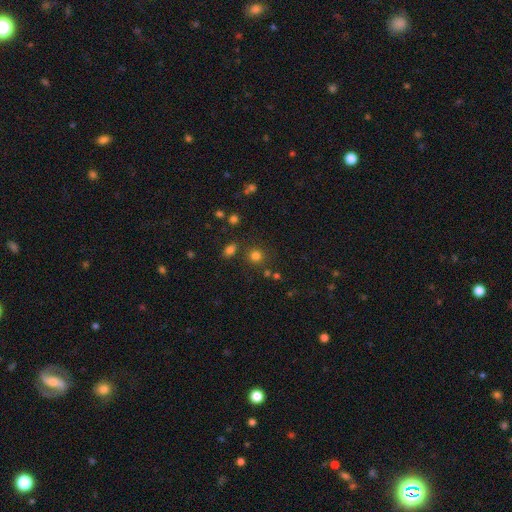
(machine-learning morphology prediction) Smooth or featured? Predicted: smooth (p=0.76). How rounded? Predicted: round (p=0.88). Merging? Predicted: none (p=0.80).